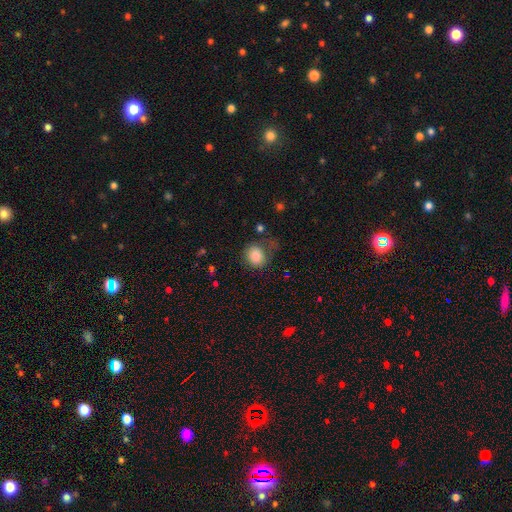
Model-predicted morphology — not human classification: Smooth or featured: smooth — 84% (star or artifact — 9%)
How rounded: round — 66% (in between — 33%)
Merging: none — 54% (minor disturbance — 25%)